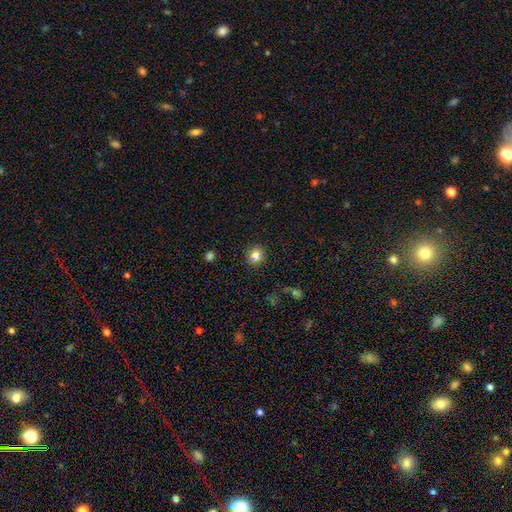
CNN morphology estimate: Overall: smooth (79%). How rounded: round (78%). Merging: none (86%).